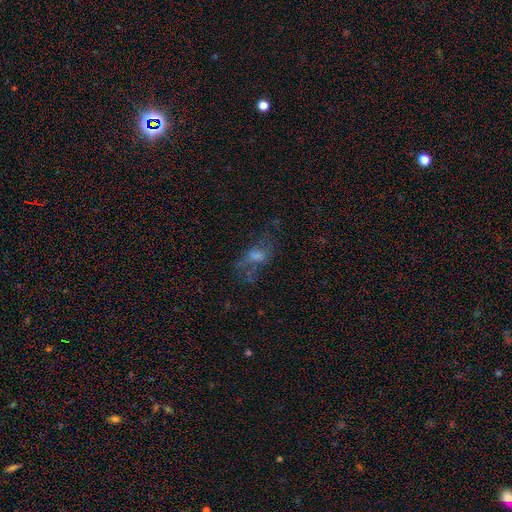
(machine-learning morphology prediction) Smooth or featured? featured or disk (43%)
Merging? none (44%)